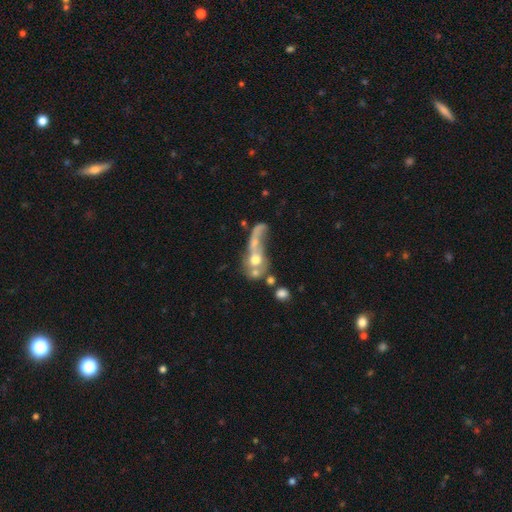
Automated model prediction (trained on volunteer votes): featured or disk 56%, smooth 28%, star or artifact 16%. Down the decision tree: edge-on disk — no (83%); merging — merger (47%).